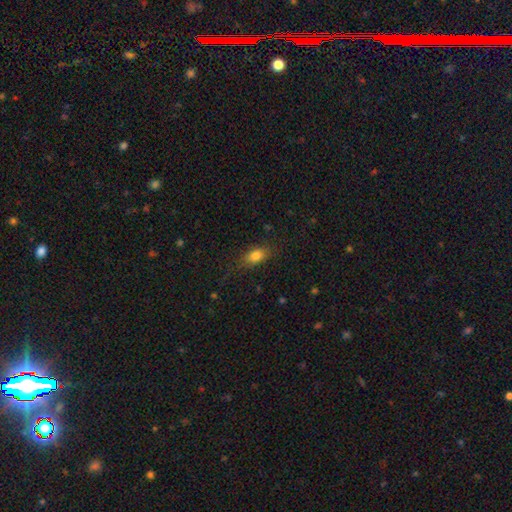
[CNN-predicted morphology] smooth 80%, featured or disk 11%, star or artifact 10%. Down the decision tree: how rounded — in between (80%); merging — none (75%).